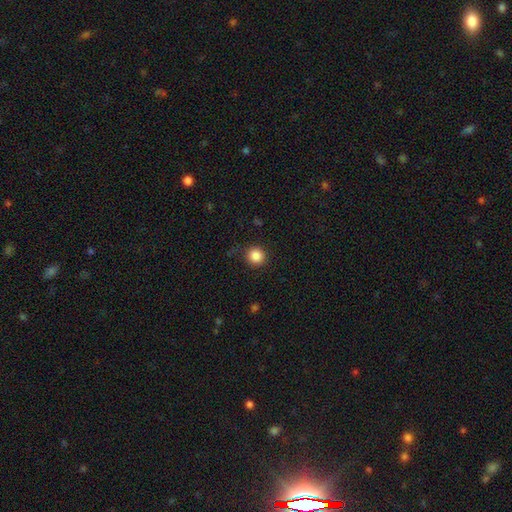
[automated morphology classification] type=smooth (86%); roundness=round (94%); merging=none (88%).